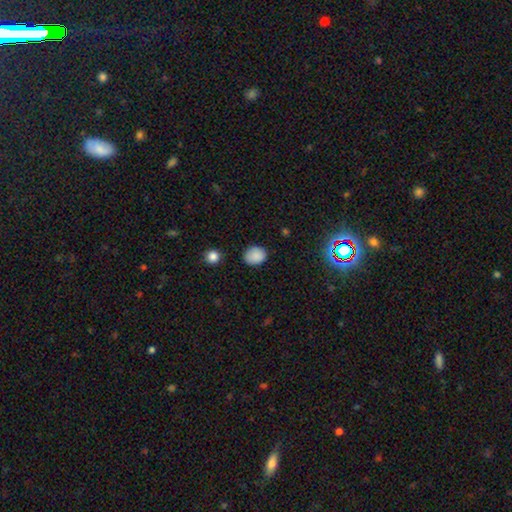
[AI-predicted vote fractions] Q: Smooth or featured?
A: smooth (86%); runner-up: star or artifact (10%)
Q: How rounded?
A: round (56%); runner-up: in between (43%)
Q: Merging?
A: none (81%); runner-up: minor disturbance (15%)